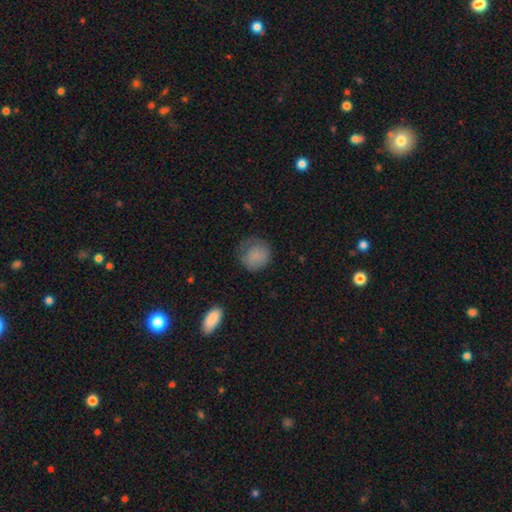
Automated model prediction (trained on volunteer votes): This is clearly a smooth galaxy (81%). How rounded: clearly round (86%). Merging: possibly none (56%).